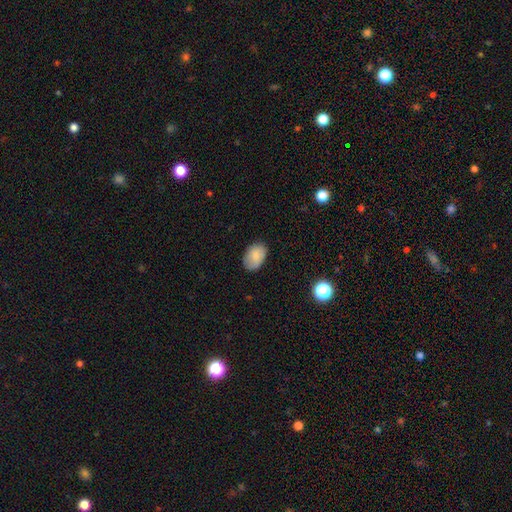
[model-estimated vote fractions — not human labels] Smooth or featured: smooth — 84% (featured or disk — 9%)
How rounded: in between — 85% (round — 13%)
Merging: none — 78% (minor disturbance — 18%)